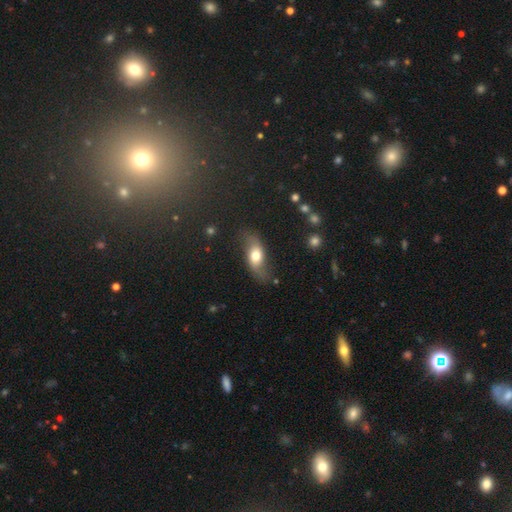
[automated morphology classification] smooth-or-featured: smooth: 47% | featured or disk: 46% | star or artifact: 7%
  merging: none: 66% | minor disturbance: 22% | major disturbance: 10% | merger: 2%